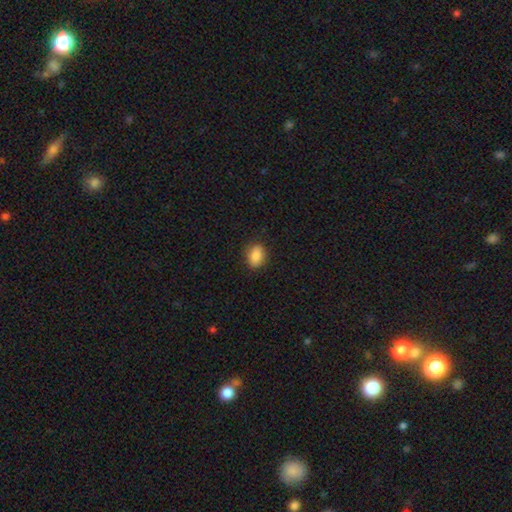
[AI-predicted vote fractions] Overall: smooth (86%). How rounded: in between (77%). Merging: none (86%).